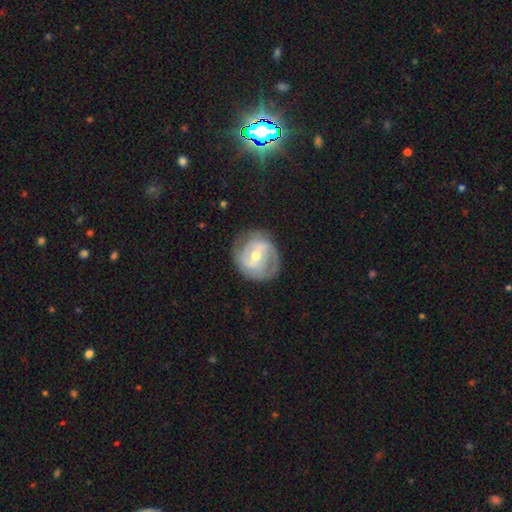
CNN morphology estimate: type=featured or disk (78%); edge-on=no (97%); bar=weak (47%); spiral arms=yes (86%); winding=tight (57%); arm count=2 (56%); bulge=moderate (67%); merging=none (75%).